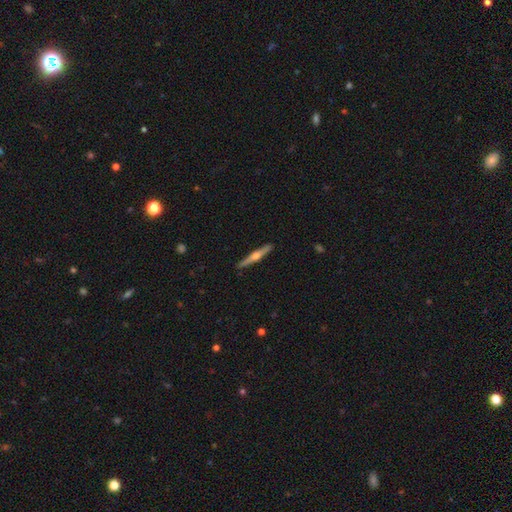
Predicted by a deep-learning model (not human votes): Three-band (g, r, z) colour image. It shows a featured or disk galaxy (69%) viewed edge-on (98%) with a rounded central bulge (92%). Merging: none (91%).